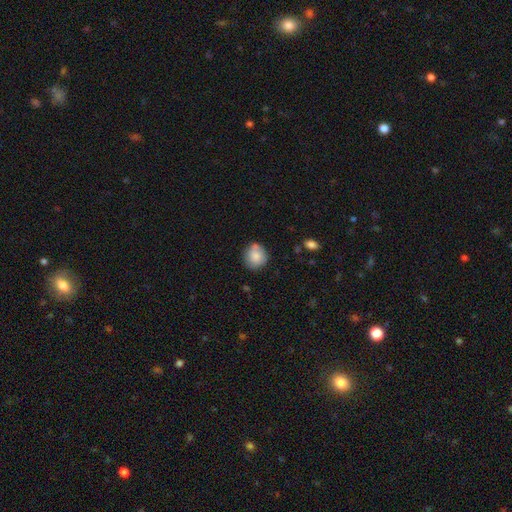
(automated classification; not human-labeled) Smooth or featured?
  - smooth: 82% *
  - featured or disk: 11%
  - star or artifact: 8%
How rounded?
  - round: 86% *
  - in between: 13%
  - cigar-shaped: 1%
Merging?
  - none: 72% *
  - minor disturbance: 19%
  - merger: 6%
  - major disturbance: 4%